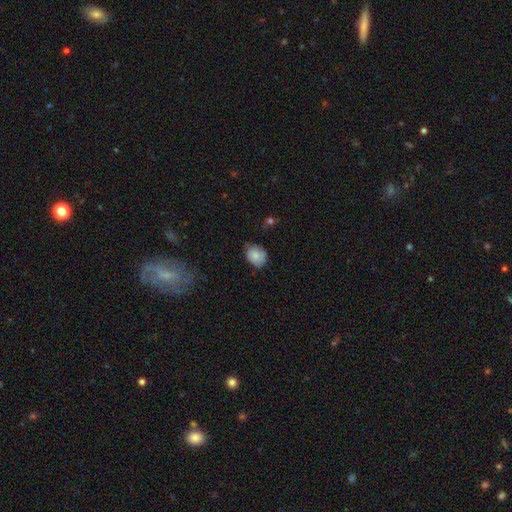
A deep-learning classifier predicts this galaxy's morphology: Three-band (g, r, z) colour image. It shows a smooth galaxy with no disk features (81%) that is round (55%). Merging: none (62%).